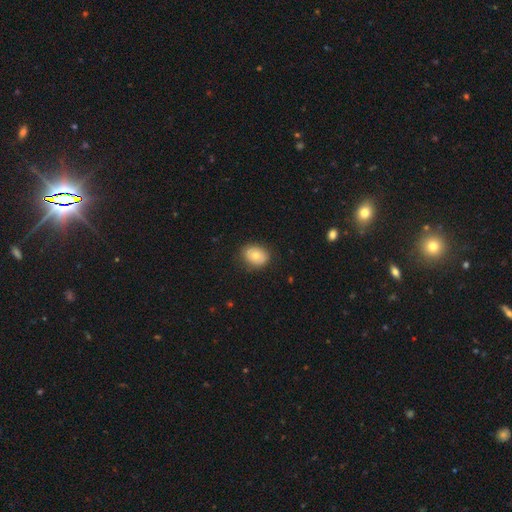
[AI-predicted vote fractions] Q: Smooth or featured?
A: smooth (71%); runner-up: featured or disk (21%)
Q: How rounded?
A: in between (56%); runner-up: round (43%)
Q: Merging?
A: none (81%); runner-up: minor disturbance (14%)